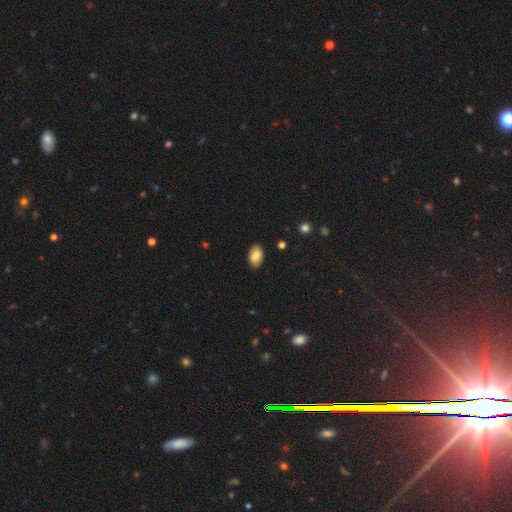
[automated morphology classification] A smooth galaxy with no disk features (85%) that is in between round and cigar-shaped (93%).

Vote fractions:
- Smooth or featured? smooth: 85% / featured or disk: 7% / star or artifact: 7%
- How rounded? in between: 93% / round: 6% / cigar-shaped: 1%
- Merging? none: 88% / minor disturbance: 9% / major disturbance: 2% / merger: 1%